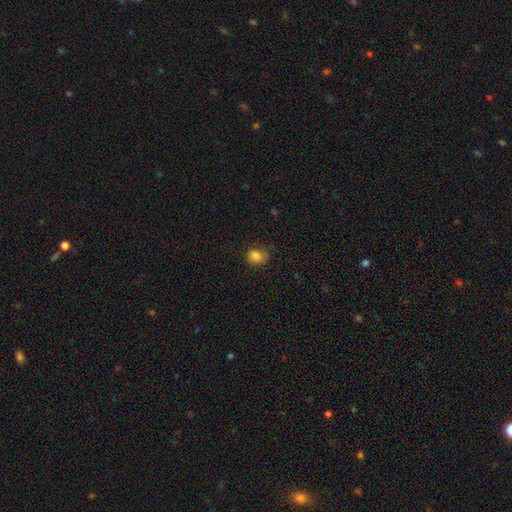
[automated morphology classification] smooth_or_featured: smooth (p=0.84) [alt: star or artifact p=0.11]
how_rounded: in between (p=0.51) [alt: round p=0.48]
merging: none (p=0.71) [alt: minor disturbance p=0.22]